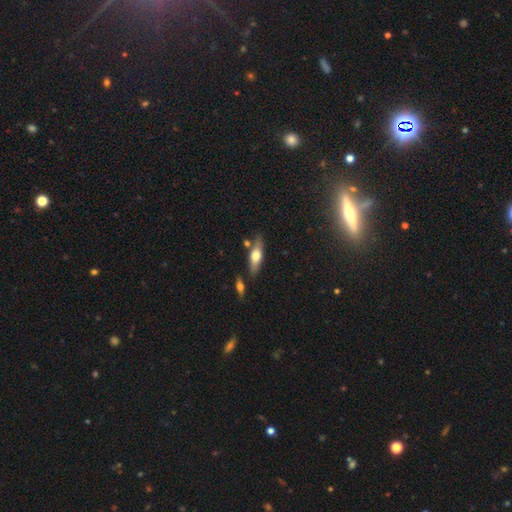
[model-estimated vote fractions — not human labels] smooth 53%, featured or disk 40%, star or artifact 7%. Down the decision tree: how rounded — in between (54%); merging — none (72%).